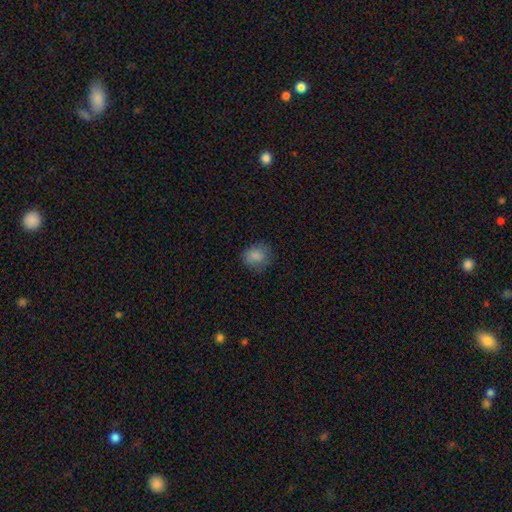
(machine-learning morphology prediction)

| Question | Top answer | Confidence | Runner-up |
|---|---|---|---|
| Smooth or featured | smooth | 84% | star or artifact (9%) |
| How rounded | round | 65% | in between (34%) |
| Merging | none | 73% | minor disturbance (19%) |